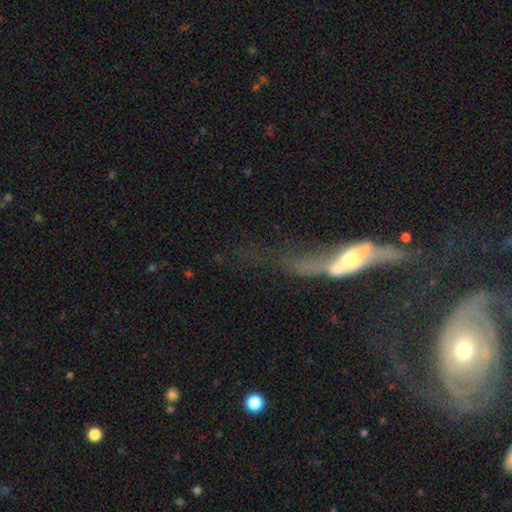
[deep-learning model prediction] This appears to be a featured or disk galaxy (69%). Merging: major disturbance (34%).